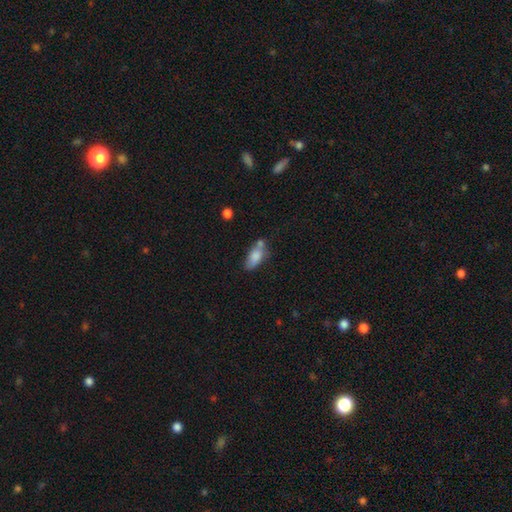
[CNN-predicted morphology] This appears to be a smooth galaxy with no disk features (78%) that is in between round and cigar-shaped (82%). Merging: none (45%).